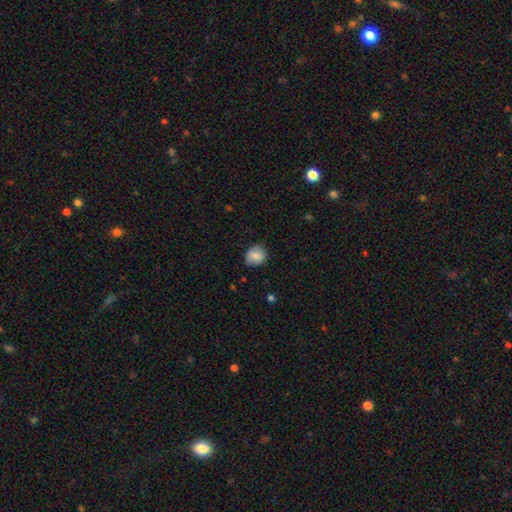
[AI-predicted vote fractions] smooth_or_featured: smooth (p=0.82) [alt: featured or disk p=0.10]
how_rounded: round (p=0.78) [alt: in between p=0.21]
merging: none (p=0.78) [alt: minor disturbance p=0.18]